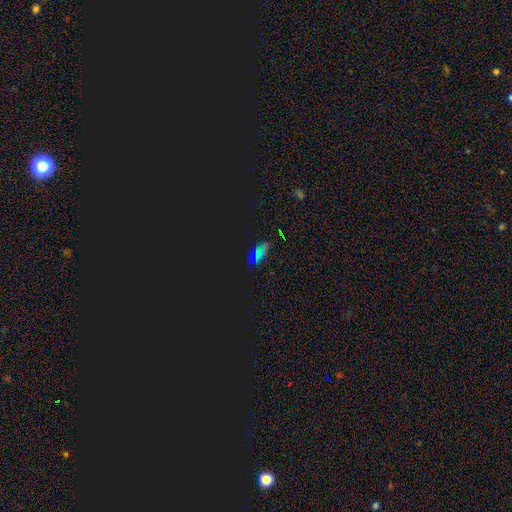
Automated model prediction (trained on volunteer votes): star or artifact 61%, smooth 28%, featured or disk 11%.